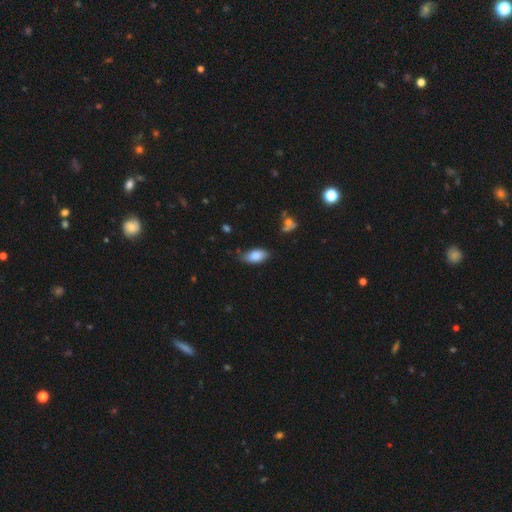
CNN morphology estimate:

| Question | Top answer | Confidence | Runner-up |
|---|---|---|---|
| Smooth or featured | smooth | 84% | featured or disk (9%) |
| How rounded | in between | 91% | cigar-shaped (6%) |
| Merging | none | 71% | minor disturbance (24%) |